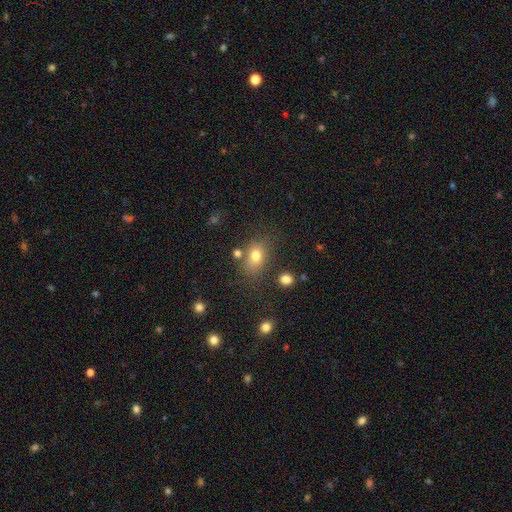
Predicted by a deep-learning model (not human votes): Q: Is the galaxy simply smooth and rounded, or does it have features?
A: smooth — 76%.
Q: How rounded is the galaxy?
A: in between — 69%.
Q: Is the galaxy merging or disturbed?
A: none — 66%.